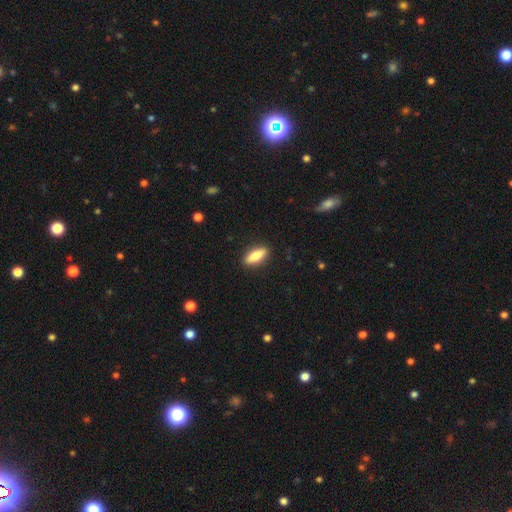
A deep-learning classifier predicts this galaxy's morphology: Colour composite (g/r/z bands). It shows a smooth galaxy with no disk features (70%) that is in between round and cigar-shaped (58%). Merging: none (89%).